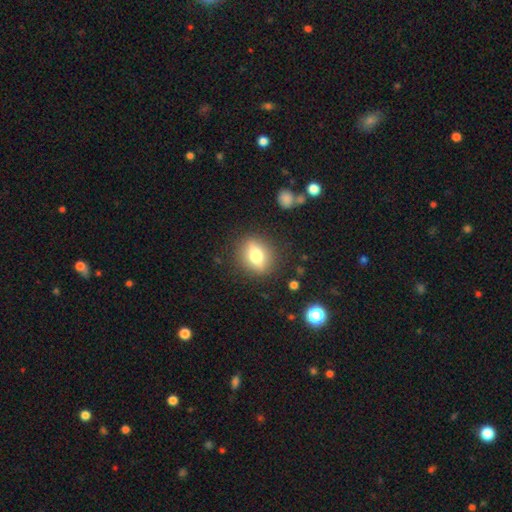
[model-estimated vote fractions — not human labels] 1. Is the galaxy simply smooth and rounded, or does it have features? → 57% smooth, 34% featured or disk, 9% star or artifact.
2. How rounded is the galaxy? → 52% in between, 38% round, 10% cigar-shaped.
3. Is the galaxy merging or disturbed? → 85% none, 10% minor disturbance, 4% major disturbance, 1% merger.